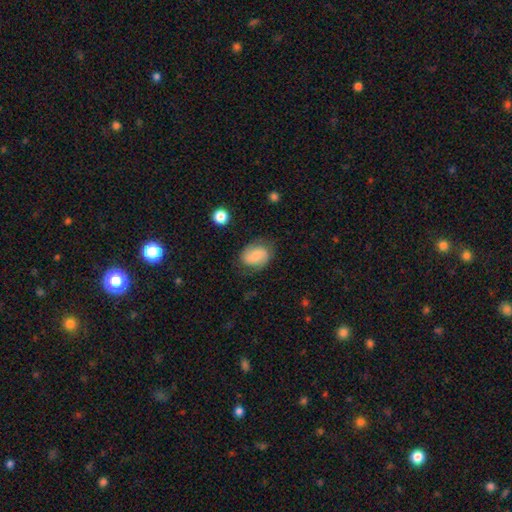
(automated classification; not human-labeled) Smooth or featured? smooth (47%)
Merging? none (74%)